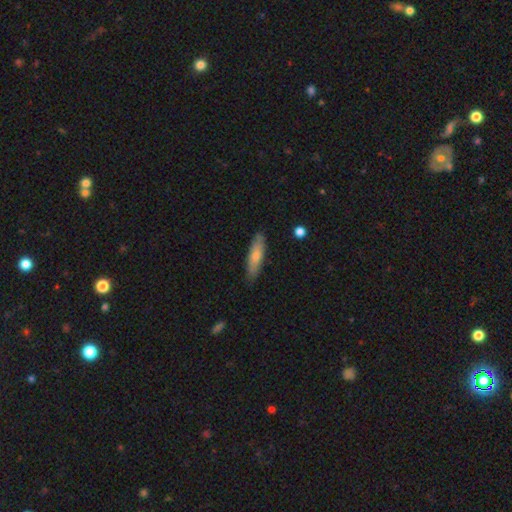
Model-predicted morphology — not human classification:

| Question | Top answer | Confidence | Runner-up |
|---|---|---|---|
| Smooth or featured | smooth | 66% | featured or disk (28%) |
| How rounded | cigar-shaped | 70% | in between (28%) |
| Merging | none | 85% | minor disturbance (12%) |